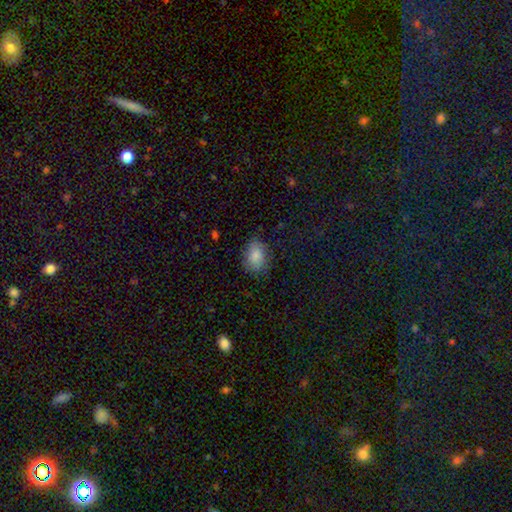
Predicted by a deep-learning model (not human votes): This is clearly a smooth galaxy (85%). How rounded: likely in between (79%). Merging: likely none (78%).